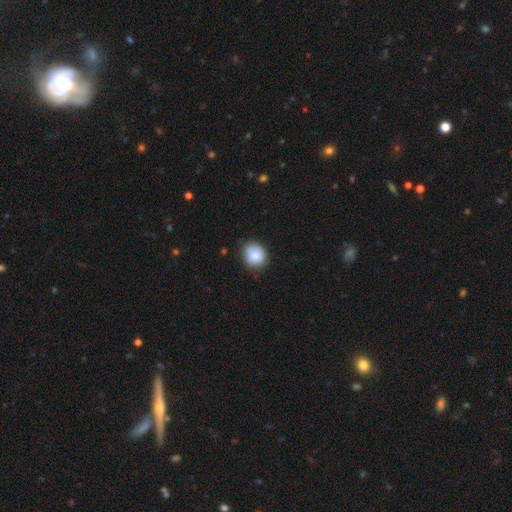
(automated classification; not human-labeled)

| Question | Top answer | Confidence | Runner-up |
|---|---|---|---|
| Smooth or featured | smooth | 83% | featured or disk (9%) |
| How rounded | round | 70% | in between (30%) |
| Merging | none | 74% | minor disturbance (21%) |